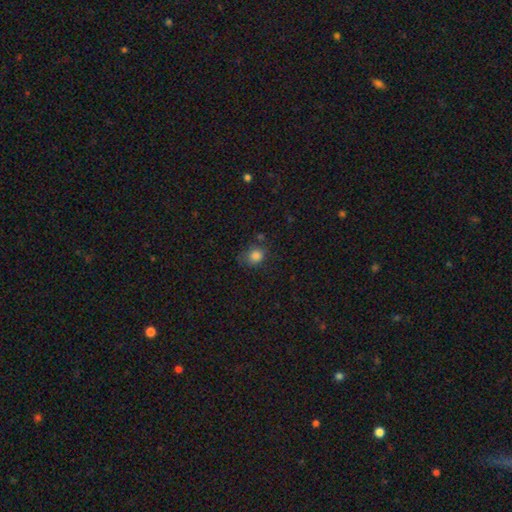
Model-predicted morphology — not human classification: Smooth or featured? Predicted: smooth (p=0.84). How rounded? Predicted: round (p=0.70). Merging? Predicted: none (p=0.64).